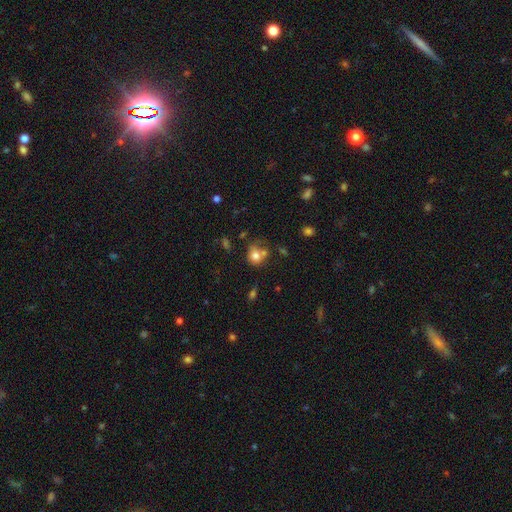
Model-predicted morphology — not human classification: This appears to be a smooth galaxy with no disk features (75%) that is round (70%). Merging: none (46%).